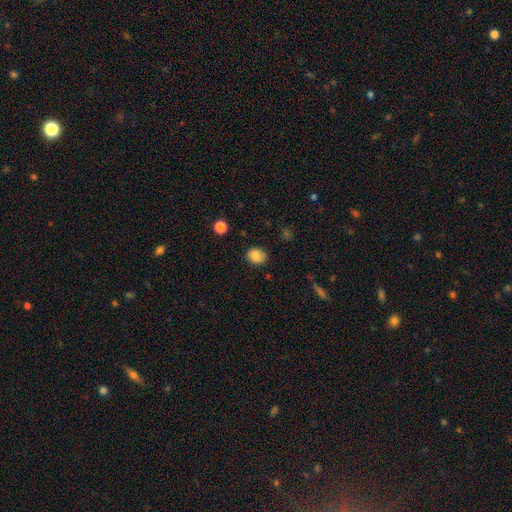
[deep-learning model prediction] Smooth or featured? Predicted: smooth (p=0.86). How rounded? Predicted: round (p=0.58). Merging? Predicted: none (p=0.83).